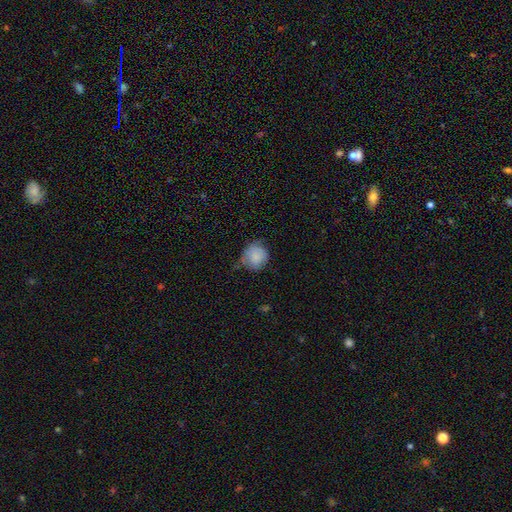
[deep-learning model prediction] Overall: smooth (81%). How rounded: round (84%). Merging: none (50%; minor disturbance 38%).